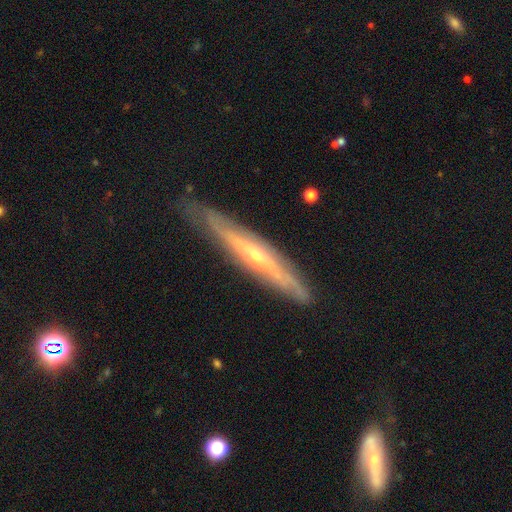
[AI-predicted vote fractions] A featured or disk galaxy (76%) viewed edge-on (80%) with a rounded central bulge (72%).

Vote fractions:
- Smooth or featured? featured or disk: 76% / smooth: 18% / star or artifact: 6%
- Edge-on disk? yes: 80% / no: 20%
- Edge-on bulge? rounded: 72% / none: 25% / boxy: 3%
- Merging? none: 77% / minor disturbance: 18% / major disturbance: 3% / merger: 1%